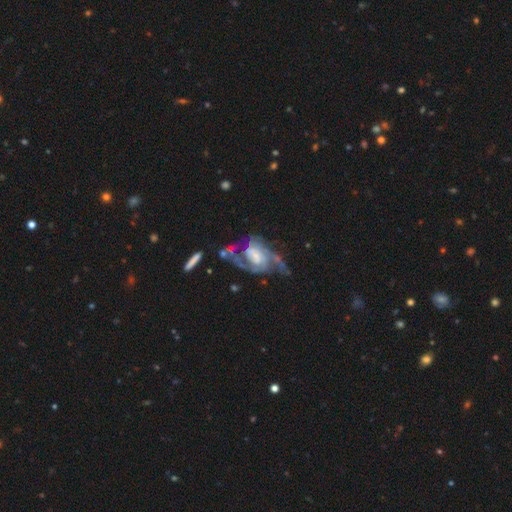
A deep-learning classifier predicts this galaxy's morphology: This appears to be a featured or disk galaxy (85%) with no bar (47%), 2 (58%) medium (48%) spiral arms (91%) and a small central bulge (30%). Merging: none (39%).